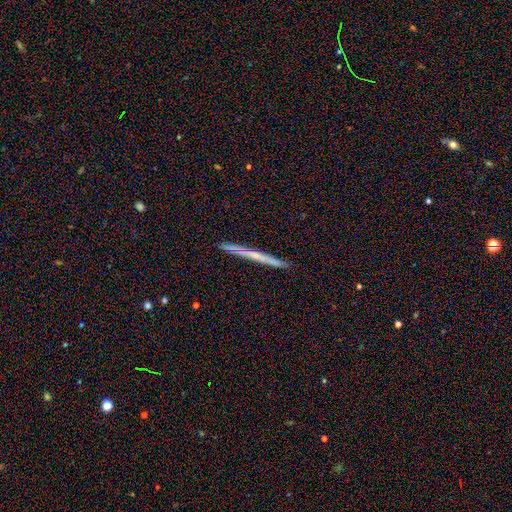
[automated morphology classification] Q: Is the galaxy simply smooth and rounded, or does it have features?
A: featured or disk — 54%.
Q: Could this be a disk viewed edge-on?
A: yes — 97%.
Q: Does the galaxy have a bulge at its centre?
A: none — 74%.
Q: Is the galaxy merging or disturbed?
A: none — 91%.